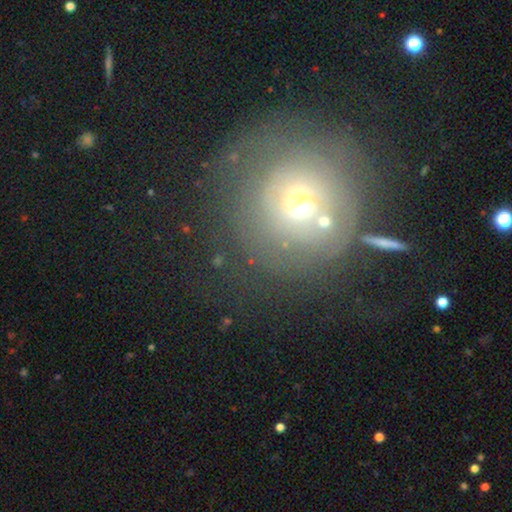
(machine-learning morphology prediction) This is possibly a smooth galaxy (49%). Merging: possibly none (58%).